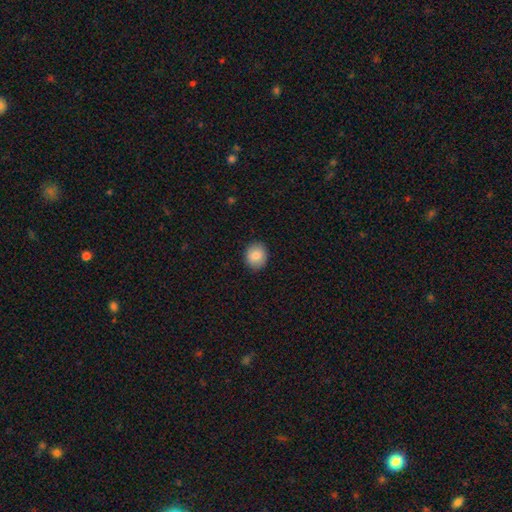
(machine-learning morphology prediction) Smooth or featured?
  - smooth: 85% *
  - star or artifact: 8%
  - featured or disk: 7%
How rounded?
  - round: 72% *
  - in between: 27%
  - cigar-shaped: 1%
Merging?
  - none: 90% *
  - minor disturbance: 7%
  - major disturbance: 2%
  - merger: 1%